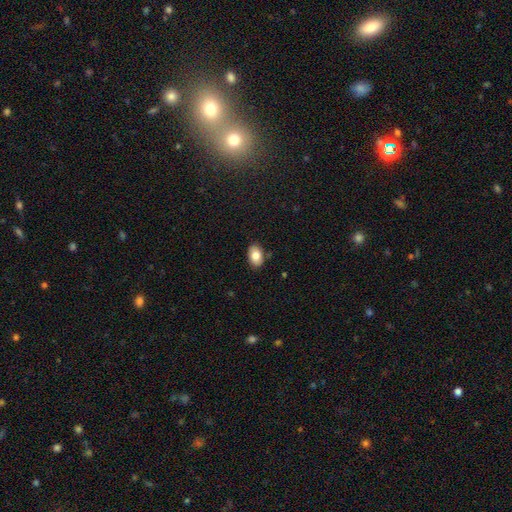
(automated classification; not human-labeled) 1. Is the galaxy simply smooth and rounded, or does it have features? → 82% smooth, 11% featured or disk, 8% star or artifact.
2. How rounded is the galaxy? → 87% in between, 12% round, 1% cigar-shaped.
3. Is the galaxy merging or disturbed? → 84% none, 12% minor disturbance, 2% major disturbance, 2% merger.